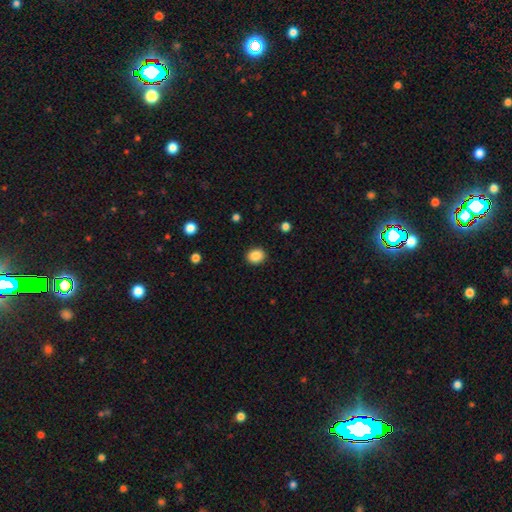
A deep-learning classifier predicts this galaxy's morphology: smooth 87%, star or artifact 9%, featured or disk 3%. Down the decision tree: how rounded — round (60%); merging — none (90%).